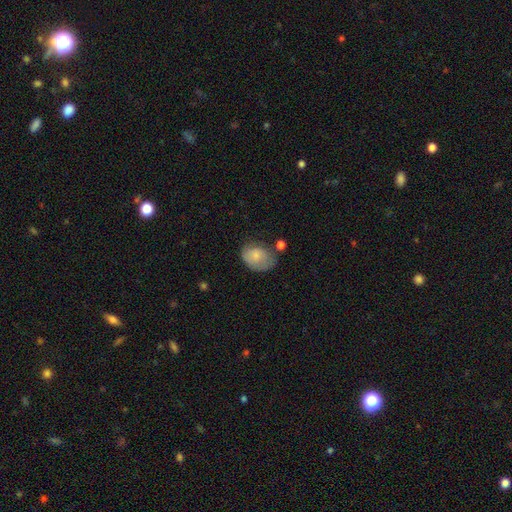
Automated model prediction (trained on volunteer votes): smooth_or_featured: smooth (p=0.77) [alt: featured or disk p=0.16]
how_rounded: in between (p=0.69) [alt: round p=0.30]
merging: none (p=0.41) [alt: minor disturbance p=0.34]